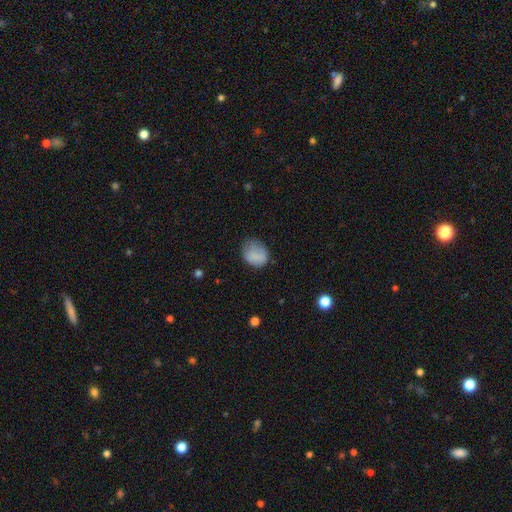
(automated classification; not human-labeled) smooth-or-featured: smooth: 82% | featured or disk: 9% | star or artifact: 9%
  how-rounded: round: 53% | in between: 46% | cigar-shaped: 1%
  merging: none: 58% | minor disturbance: 30% | major disturbance: 10% | merger: 2%